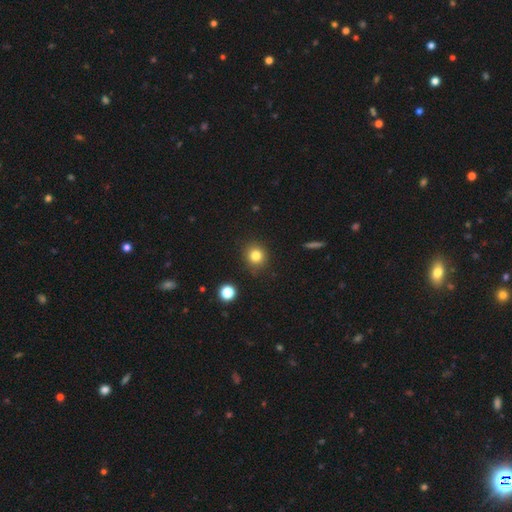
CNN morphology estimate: smooth_or_featured: smooth (p=0.81) [alt: star or artifact p=0.12]
how_rounded: round (p=0.86) [alt: in between p=0.13]
merging: none (p=0.87) [alt: minor disturbance p=0.08]